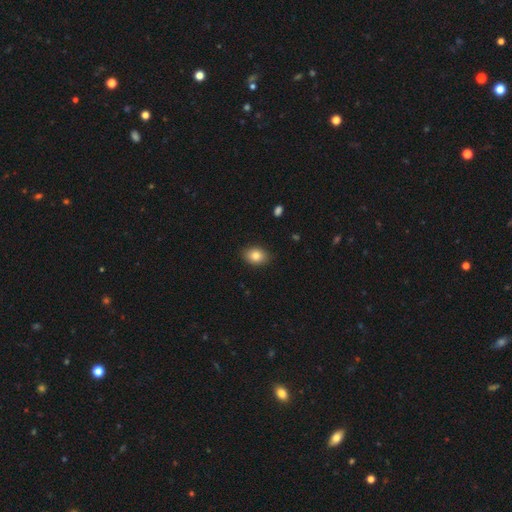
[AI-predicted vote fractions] Overall: smooth (83%). How rounded: in between (72%). Merging: none (87%).